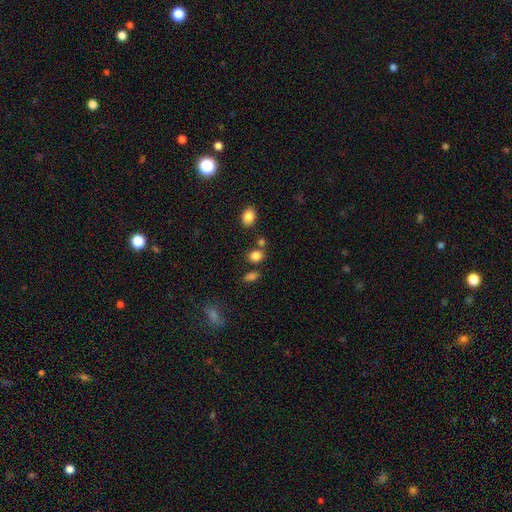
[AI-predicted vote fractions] A smooth galaxy with no disk features (82%) that is round (51%).

Vote fractions:
- Smooth or featured? smooth: 82% / star or artifact: 13% / featured or disk: 5%
- How rounded? round: 51% / in between: 47% / cigar-shaped: 1%
- Merging? none: 71% / merger: 14% / minor disturbance: 11% / major disturbance: 4%